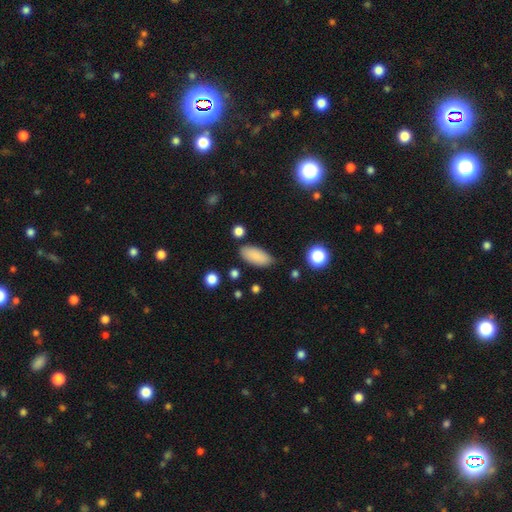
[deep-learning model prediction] Overall: smooth (87%). How rounded: in between (87%). Merging: none (80%).